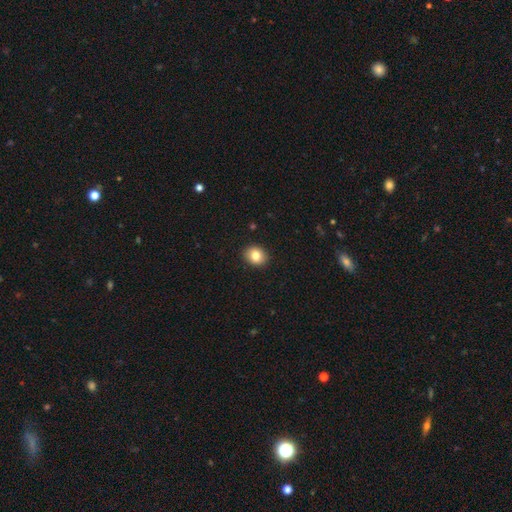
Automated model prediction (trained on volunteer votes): Smooth or featured: smooth — 83% (star or artifact — 9%)
How rounded: round — 62% (in between — 37%)
Merging: none — 91% (minor disturbance — 6%)